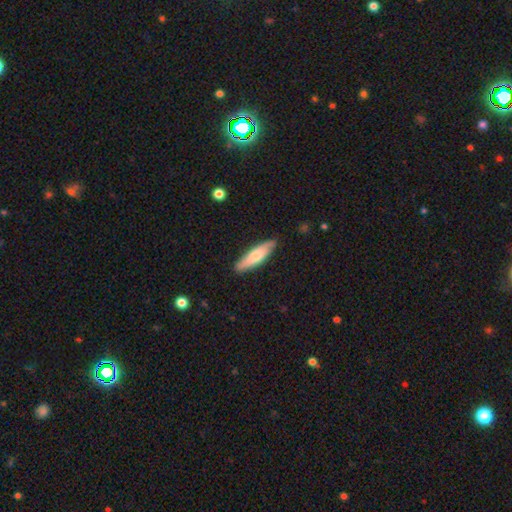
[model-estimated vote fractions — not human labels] A smooth galaxy with no disk features (64%) that is cigar-shaped (69%).

Vote fractions:
- Smooth or featured? smooth: 64% / featured or disk: 31% / star or artifact: 5%
- How rounded? cigar-shaped: 69% / in between: 29% / round: 2%
- Merging? none: 87% / minor disturbance: 10% / major disturbance: 2% / merger: 1%